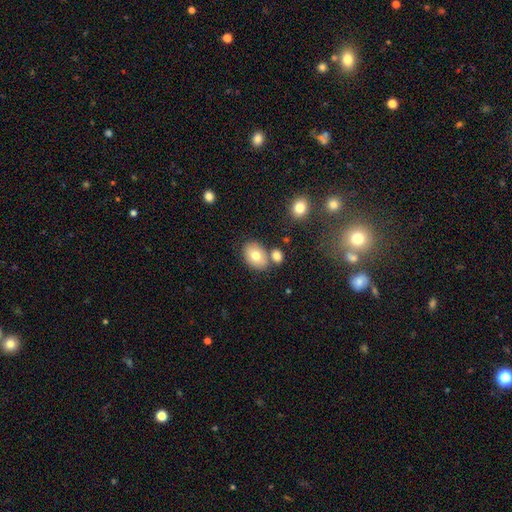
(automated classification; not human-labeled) A smooth galaxy with no disk features (74%) that is in between round and cigar-shaped (78%). Merging: none (66%).